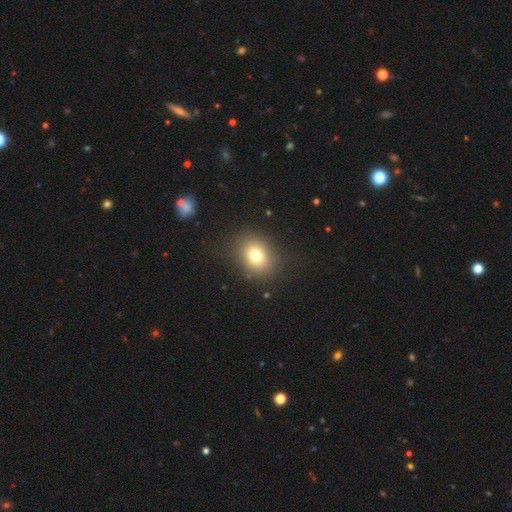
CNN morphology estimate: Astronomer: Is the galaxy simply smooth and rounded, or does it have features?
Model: smooth — 75%.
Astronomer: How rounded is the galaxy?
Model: round — 60% (runner-up: in between, 39%).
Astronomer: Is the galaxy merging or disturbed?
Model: none — 85%.